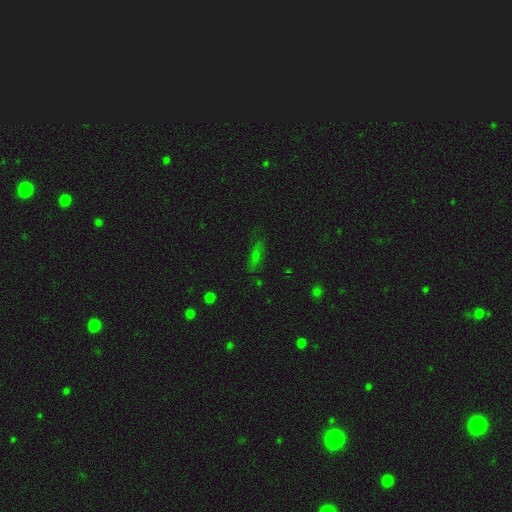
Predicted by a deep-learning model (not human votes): Q: Smooth or featured?
A: smooth (49%); runner-up: star or artifact (26%)
Q: Merging?
A: none (79%); runner-up: minor disturbance (14%)